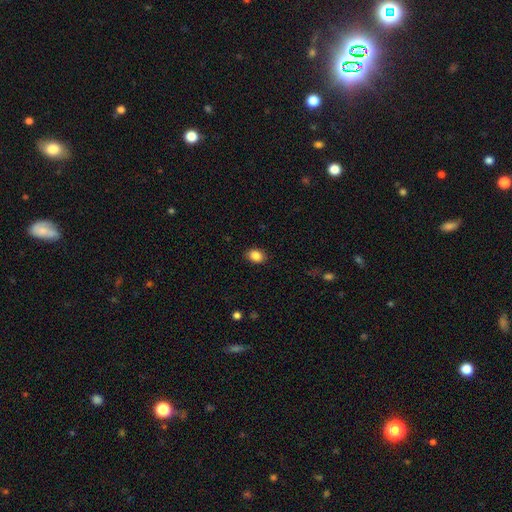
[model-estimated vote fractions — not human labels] A smooth galaxy with no disk features (87%) that is in between round and cigar-shaped (70%). Merging: none (87%).